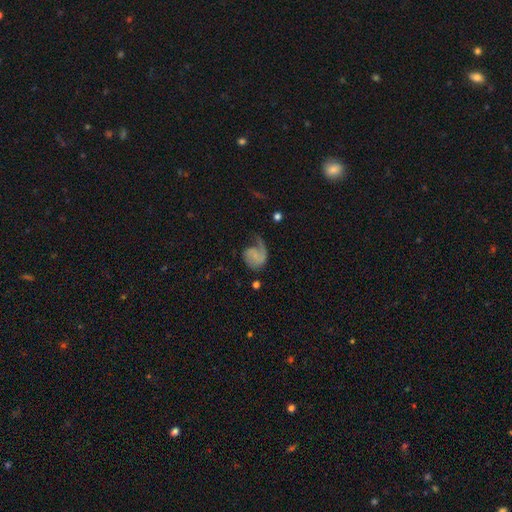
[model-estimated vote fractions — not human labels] This is likely a featured or disk galaxy (65%). It is clearly not viewed edge-on (98%). Bar: likely no (65%). Spiral arm pattern: clearly yes (91%). Spiral arm count: likely 1 (69%). Spiral winding: marginally loose (41%). Central bulge: possibly none (50%). Merging: marginally none (38%).